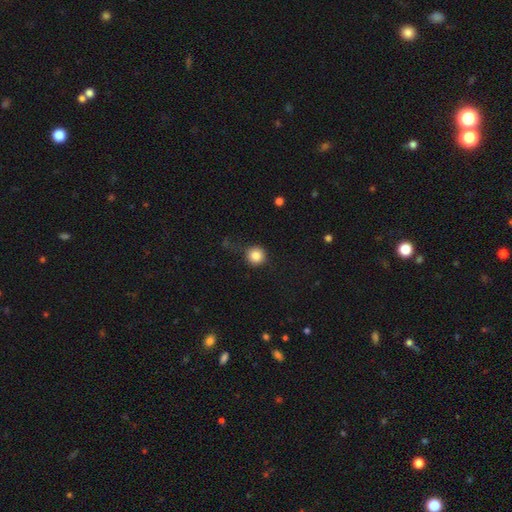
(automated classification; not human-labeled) Smooth or featured? Predicted: smooth (p=0.84). How rounded? Predicted: round (p=0.95). Merging? Predicted: none (p=0.82).